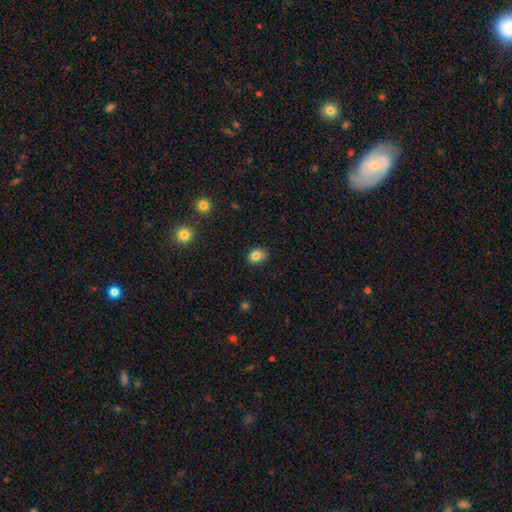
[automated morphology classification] smooth-or-featured: smooth: 81% | star or artifact: 11% | featured or disk: 8%
  how-rounded: in between: 55% | round: 44% | cigar-shaped: 1%
  merging: none: 69% | minor disturbance: 23% | merger: 4% | major disturbance: 4%